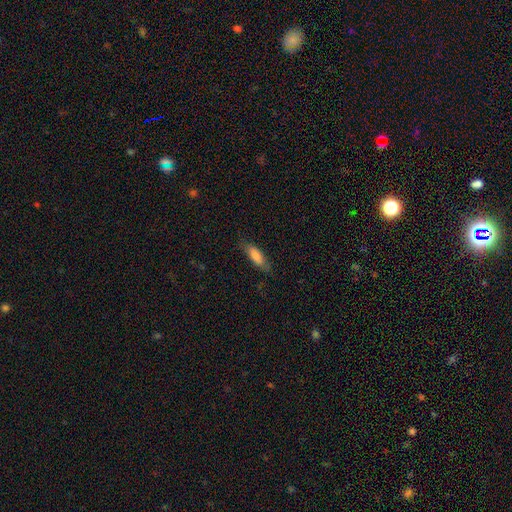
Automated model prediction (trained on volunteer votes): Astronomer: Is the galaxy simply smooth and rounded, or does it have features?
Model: smooth — 77%.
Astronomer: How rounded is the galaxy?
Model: cigar-shaped — 50% (runner-up: in between, 49%).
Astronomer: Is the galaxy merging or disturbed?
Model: none — 77%.